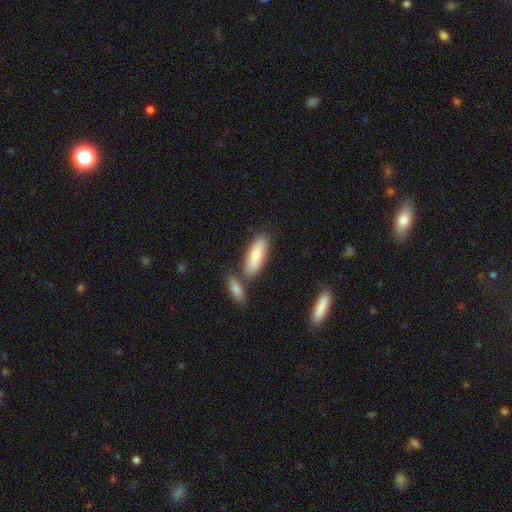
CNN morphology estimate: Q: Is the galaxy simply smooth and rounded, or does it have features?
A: smooth — 75%.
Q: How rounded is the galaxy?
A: in between — 58%.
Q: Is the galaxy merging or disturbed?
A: none — 61%.